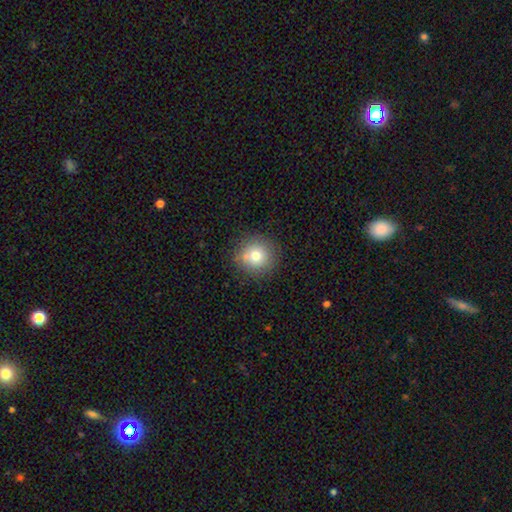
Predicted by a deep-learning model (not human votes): Smooth or featured? Predicted: smooth (p=0.75). How rounded? Predicted: round (p=0.92). Merging? Predicted: none (p=0.80).